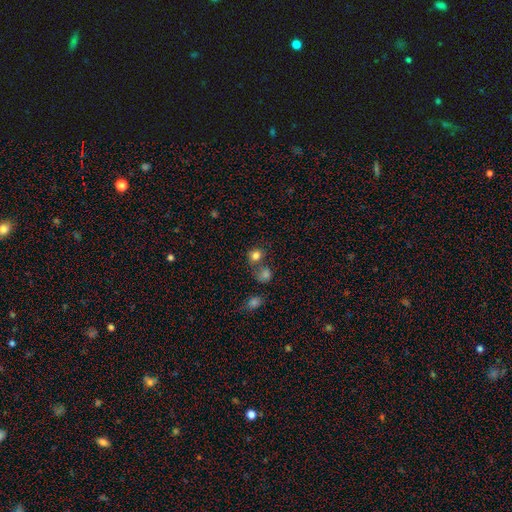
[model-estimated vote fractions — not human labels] This is likely a smooth galaxy (80%). How rounded: likely round (76%). Merging: possibly none (56%).